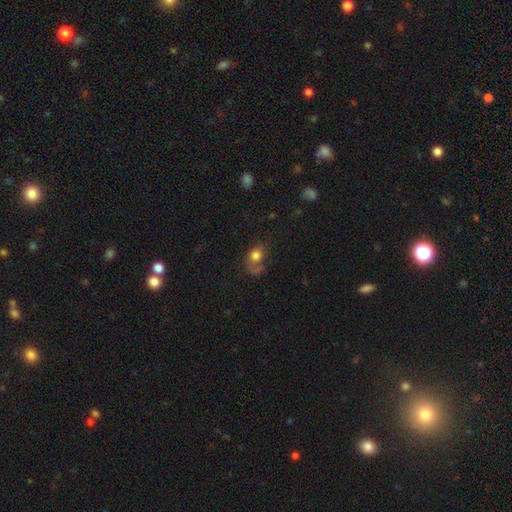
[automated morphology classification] Overall: smooth (72%). How rounded: round (55%; in between 44%). Merging: none (35%; major disturbance 31%).